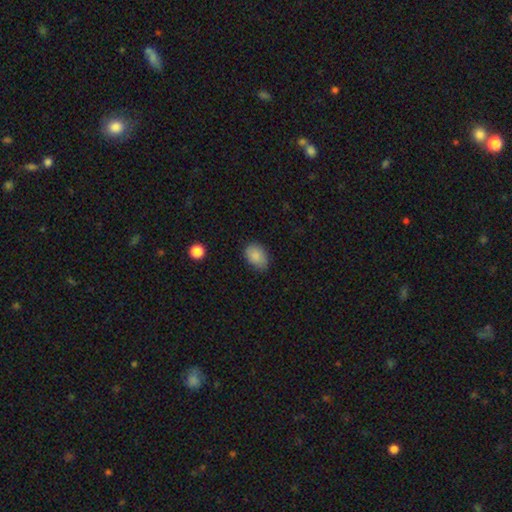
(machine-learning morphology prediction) A smooth galaxy with no disk features (86%) that is in between round and cigar-shaped (81%).

Vote fractions:
- Smooth or featured? smooth: 86% / star or artifact: 8% / featured or disk: 6%
- How rounded? in between: 81% / round: 18% / cigar-shaped: 1%
- Merging? none: 73% / minor disturbance: 22% / major disturbance: 4% / merger: 1%